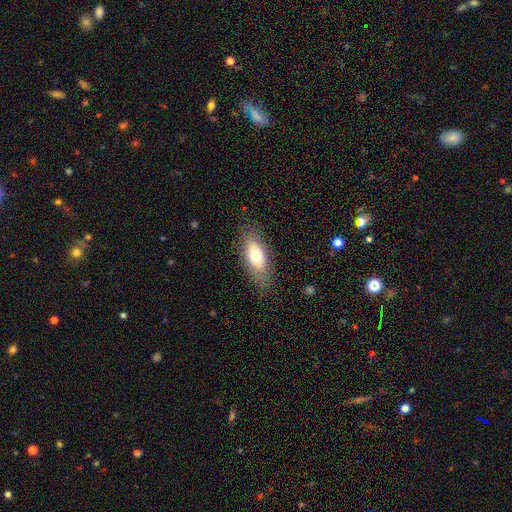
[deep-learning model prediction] A smooth galaxy with no disk features (67%) that is in between round and cigar-shaped (82%).

Vote fractions:
- Smooth or featured? smooth: 67% / featured or disk: 25% / star or artifact: 7%
- How rounded? in between: 82% / cigar-shaped: 14% / round: 4%
- Merging? none: 81% / minor disturbance: 14% / major disturbance: 4% / merger: 1%